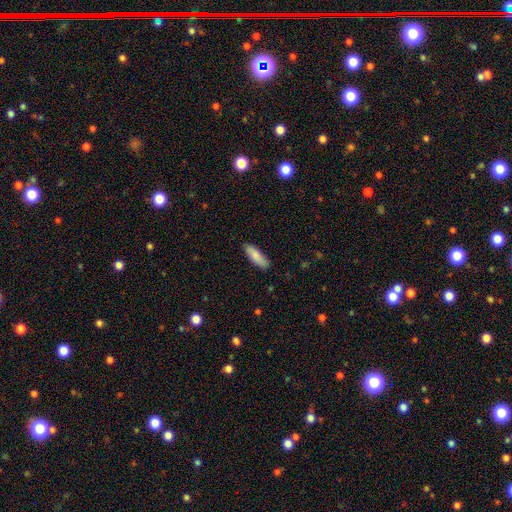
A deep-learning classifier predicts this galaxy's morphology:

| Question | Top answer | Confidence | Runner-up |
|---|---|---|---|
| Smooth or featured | smooth | 86% | featured or disk (8%) |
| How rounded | in between | 56% | cigar-shaped (42%) |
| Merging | none | 85% | minor disturbance (12%) |